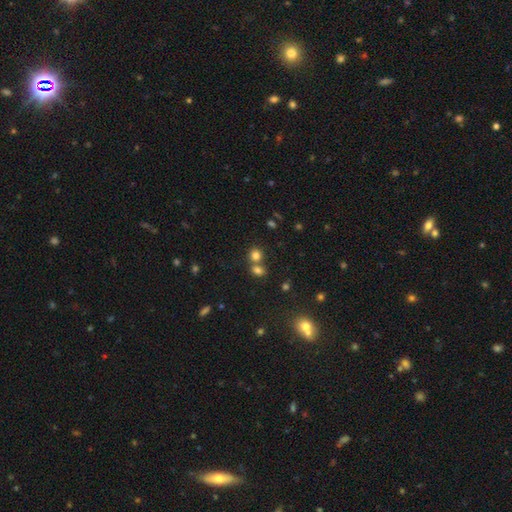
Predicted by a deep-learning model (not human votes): Smooth or featured? smooth (77%)
How rounded? round (81%)
Merging? none (52%)